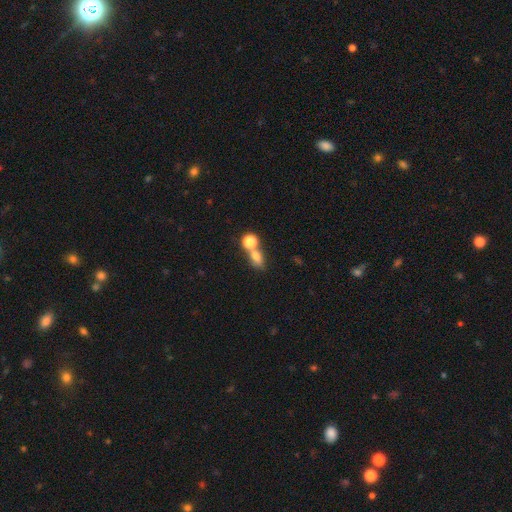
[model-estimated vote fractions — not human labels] Smooth or featured: smooth — 73% (star or artifact — 14%)
How rounded: in between — 58% (round — 36%)
Merging: merger — 49% (none — 36%)